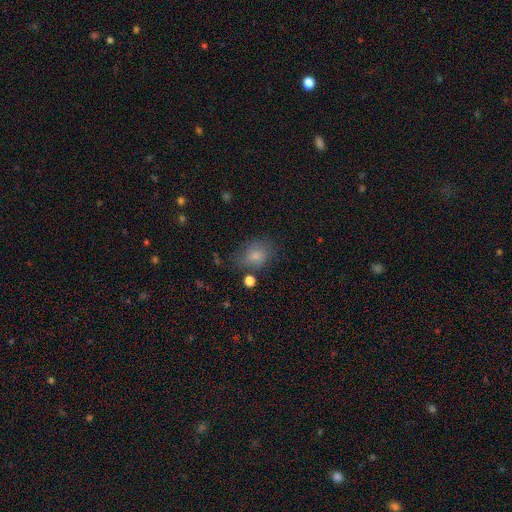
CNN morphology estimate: This is likely a smooth galaxy (78%). How rounded: likely in between (64%). Merging: likely none (62%).